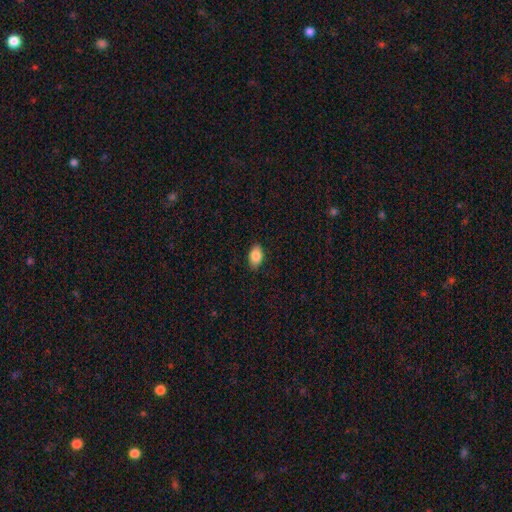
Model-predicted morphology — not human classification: smooth_or_featured: smooth (p=0.85) [alt: featured or disk p=0.08]
how_rounded: in between (p=0.90) [alt: round p=0.09]
merging: none (p=0.87) [alt: minor disturbance p=0.10]